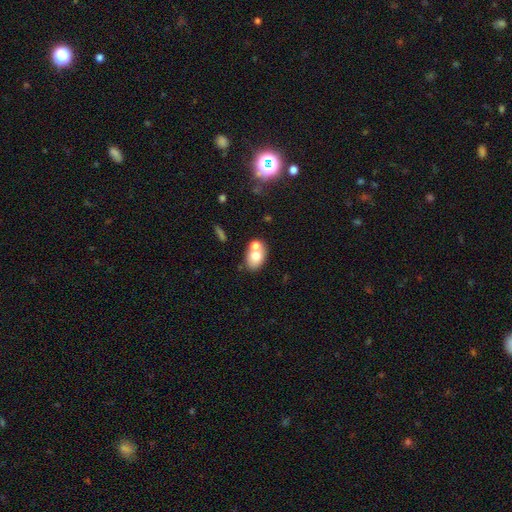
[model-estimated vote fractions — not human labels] This appears to be a smooth galaxy with no disk features (70%) that is in between round and cigar-shaped (74%). Merging: none (44%).